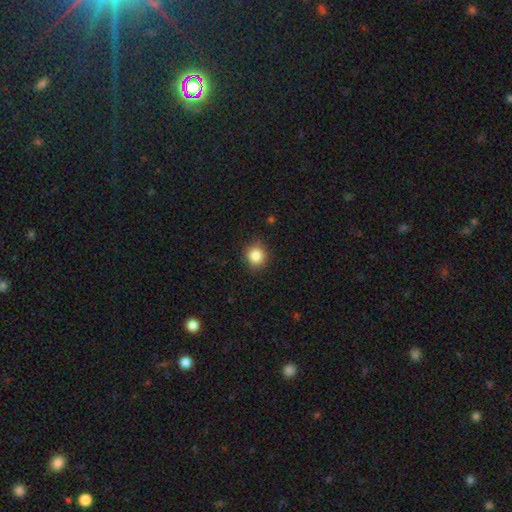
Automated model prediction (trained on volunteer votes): Smooth or featured? smooth (85%)
How rounded? round (86%)
Merging? none (87%)